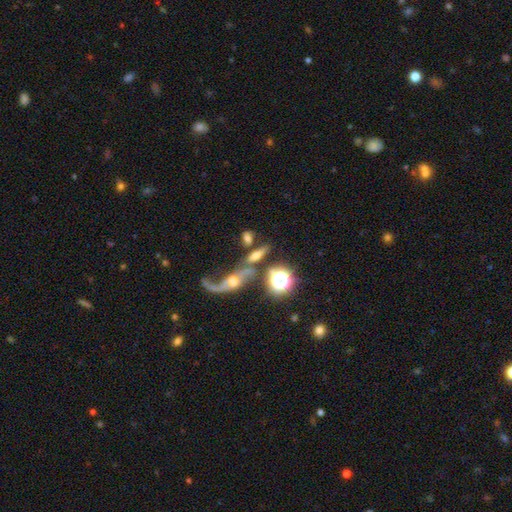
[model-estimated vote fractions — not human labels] smooth_or_featured: featured or disk (p=0.42) [alt: smooth p=0.41]
merging: none (p=0.39) [alt: merger p=0.35]